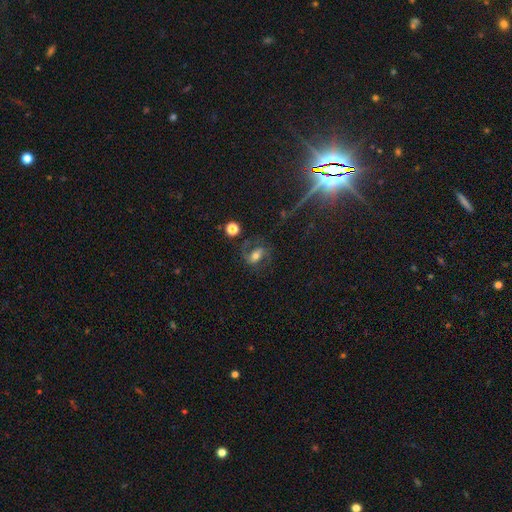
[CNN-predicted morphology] Smooth or featured: featured or disk — 63% (smooth — 24%)
Edge-on disk: no — 95% (yes — 5%)
Bar: weak — 37% (strong — 33%)
Spiral arms: yes — 87% (no — 13%)
Spiral winding: medium — 49% (loose — 31%)
Spiral arm count: 2 — 82% (1 — 9%)
Bulge size: moderate — 63% (small — 22%)
Merging: none — 64% (minor disturbance — 17%)